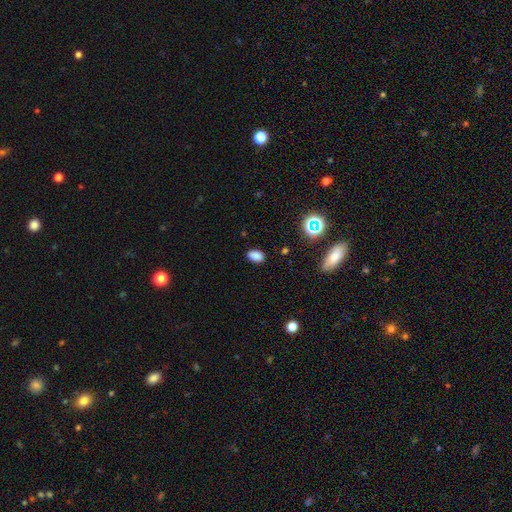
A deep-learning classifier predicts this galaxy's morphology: Smooth or featured? smooth (81%)
How rounded? in between (88%)
Merging? none (87%)